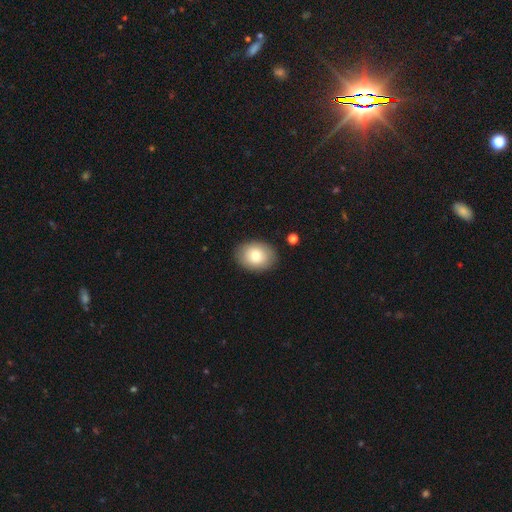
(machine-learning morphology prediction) Q: Smooth or featured?
A: smooth (79%); runner-up: featured or disk (14%)
Q: How rounded?
A: in between (64%); runner-up: round (35%)
Q: Merging?
A: none (86%); runner-up: minor disturbance (10%)